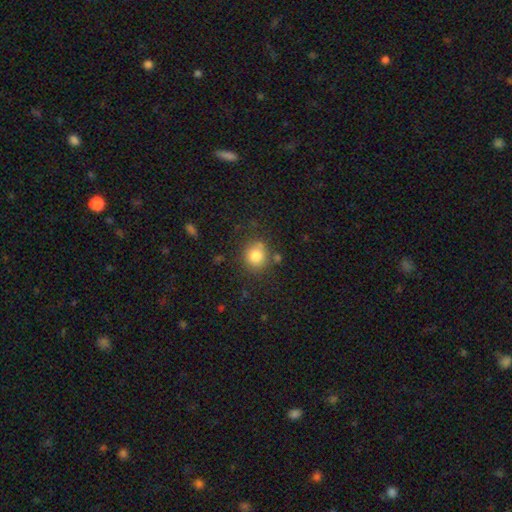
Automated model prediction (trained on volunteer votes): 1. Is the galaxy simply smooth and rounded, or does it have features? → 81% smooth, 11% star or artifact, 8% featured or disk.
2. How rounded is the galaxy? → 83% round, 16% in between, 1% cigar-shaped.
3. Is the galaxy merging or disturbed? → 77% none, 13% minor disturbance, 6% merger, 4% major disturbance.